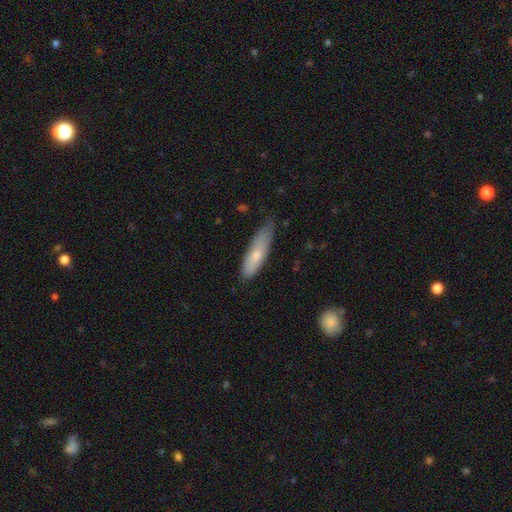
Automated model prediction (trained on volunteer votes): Smooth or featured? smooth (73%)
How rounded? cigar-shaped (63%)
Merging? none (61%)